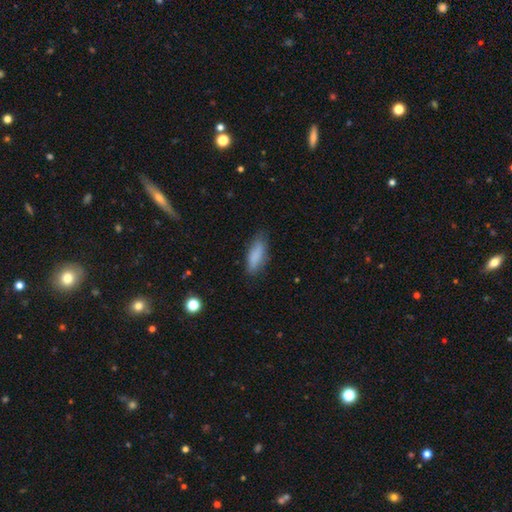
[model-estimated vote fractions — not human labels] Q: Smooth or featured?
A: smooth (84%); runner-up: featured or disk (9%)
Q: How rounded?
A: in between (61%); runner-up: cigar-shaped (37%)
Q: Merging?
A: none (71%); runner-up: minor disturbance (22%)